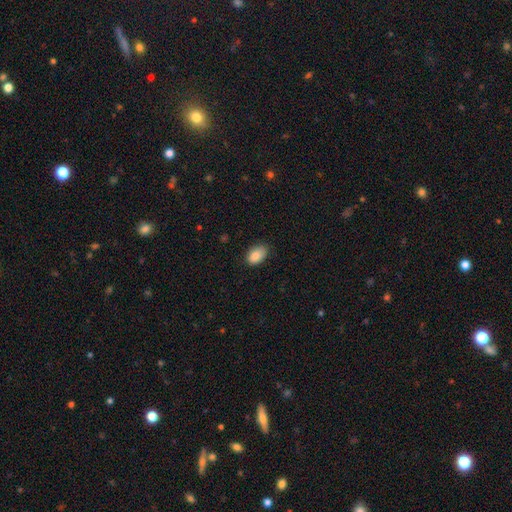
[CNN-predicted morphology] smooth-or-featured: smooth: 88% | star or artifact: 8% | featured or disk: 5%
  how-rounded: in between: 91% | round: 8% | cigar-shaped: 1%
  merging: none: 78% | minor disturbance: 18% | major disturbance: 3% | merger: 1%